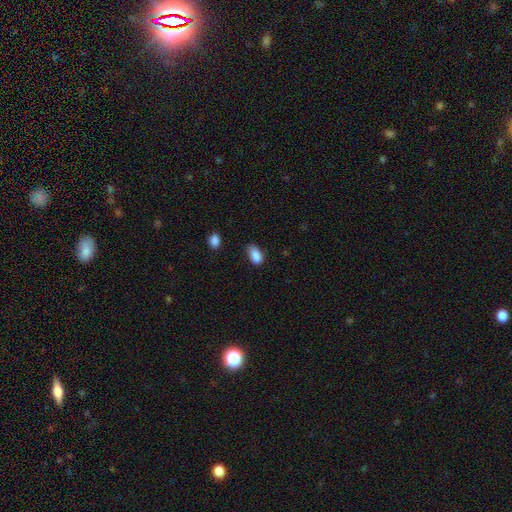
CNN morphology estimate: smooth_or_featured: smooth (p=0.87) [alt: star or artifact p=0.09]
how_rounded: in between (p=0.91) [alt: round p=0.07]
merging: none (p=0.60) [alt: minor disturbance p=0.32]